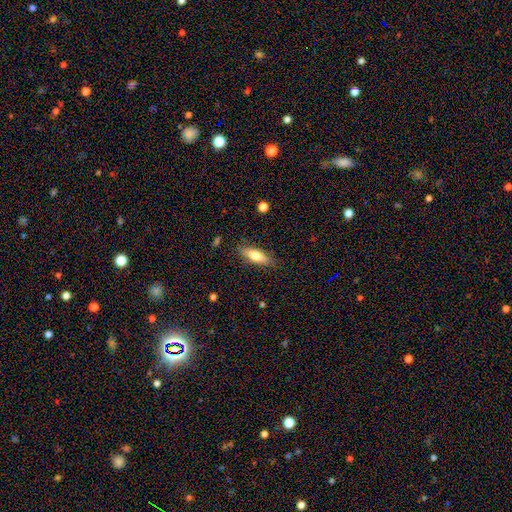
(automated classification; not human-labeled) Smooth or featured?
  - smooth: 65% *
  - featured or disk: 29%
  - star or artifact: 7%
How rounded?
  - cigar-shaped: 51% *
  - in between: 47%
  - round: 2%
Merging?
  - none: 84% *
  - minor disturbance: 12%
  - major disturbance: 3%
  - merger: 1%